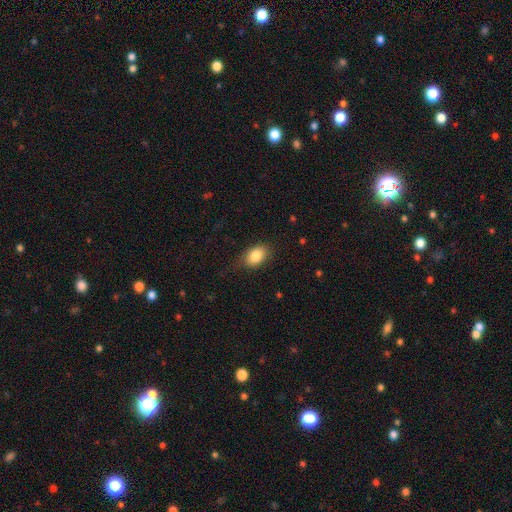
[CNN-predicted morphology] Smooth or featured: smooth — 84% (featured or disk — 9%)
How rounded: in between — 84% (round — 15%)
Merging: none — 75% (minor disturbance — 19%)